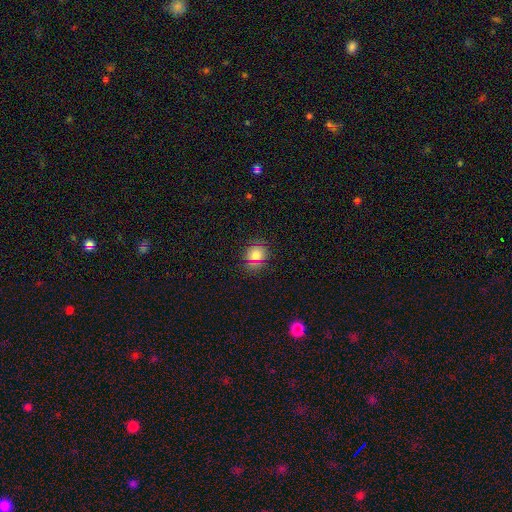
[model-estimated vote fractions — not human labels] This appears to be a smooth galaxy with no disk features (74%) that is round (79%). Merging: none (85%).